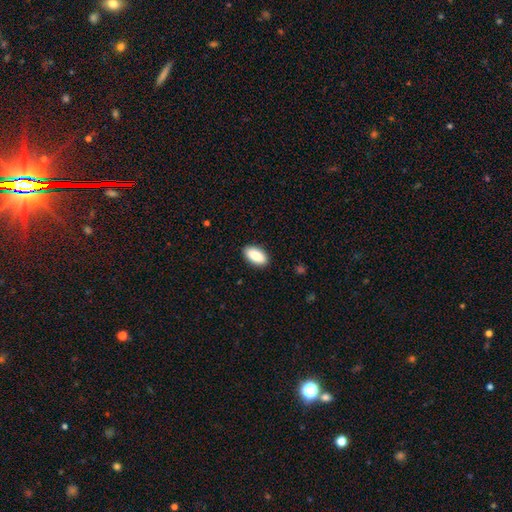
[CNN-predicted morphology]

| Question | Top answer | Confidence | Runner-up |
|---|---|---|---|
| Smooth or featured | smooth | 89% | star or artifact (6%) |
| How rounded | in between | 94% | cigar-shaped (3%) |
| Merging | none | 90% | minor disturbance (8%) |